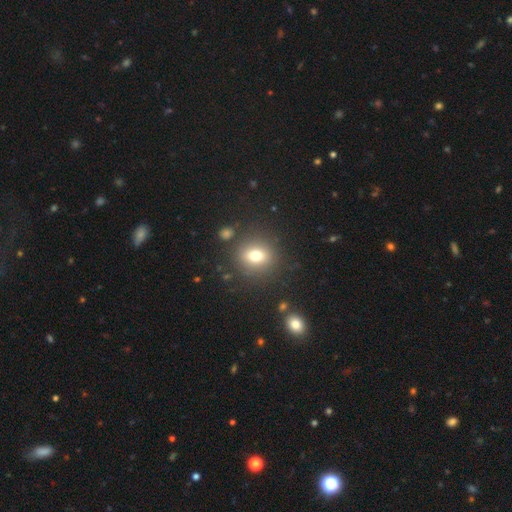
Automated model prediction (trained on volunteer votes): Morphology: type=smooth (74%); roundness=round (73%); merging=none (84%).